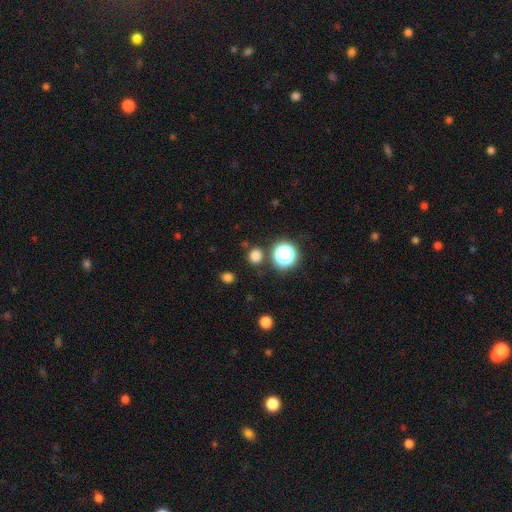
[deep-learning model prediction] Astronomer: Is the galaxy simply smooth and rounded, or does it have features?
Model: smooth — 76%.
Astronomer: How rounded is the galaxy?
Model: round — 84%.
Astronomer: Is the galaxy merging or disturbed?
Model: none — 83%.